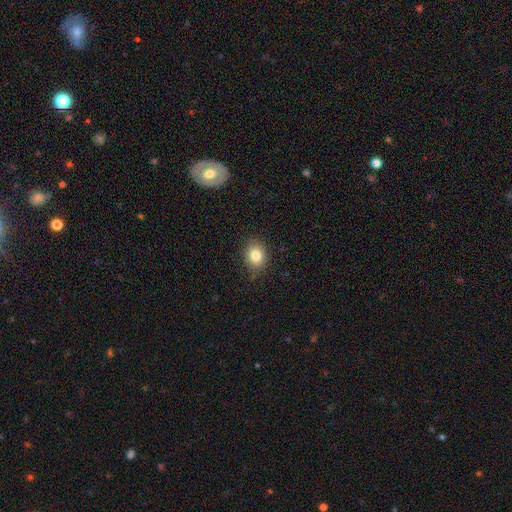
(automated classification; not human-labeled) A smooth galaxy with no disk features (83%) that is round (51%). Merging: none (87%).